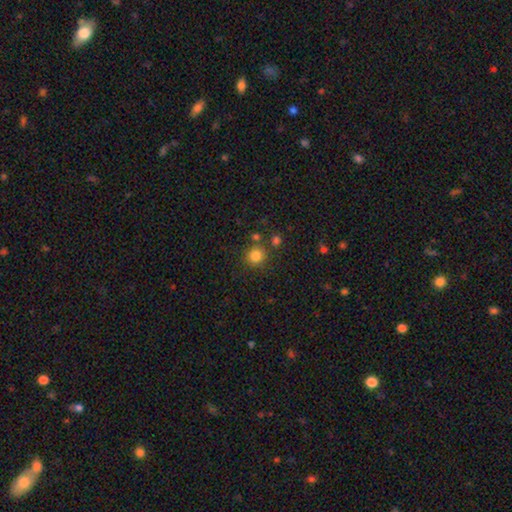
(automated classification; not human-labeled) This is clearly a smooth galaxy (82%). How rounded: clearly round (91%). Merging: clearly none (81%).